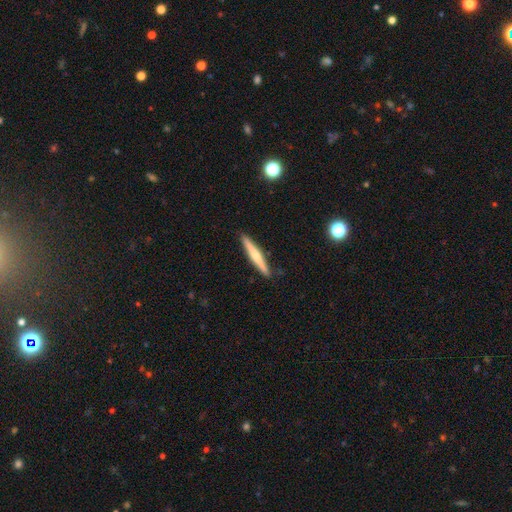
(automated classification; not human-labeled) Smooth or featured: featured or disk — 51% (smooth — 43%)
Edge-on disk: yes — 97% (no — 3%)
Merging: none — 91% (minor disturbance — 7%)